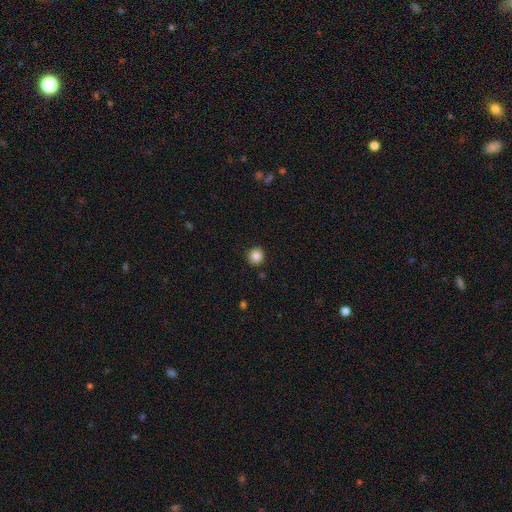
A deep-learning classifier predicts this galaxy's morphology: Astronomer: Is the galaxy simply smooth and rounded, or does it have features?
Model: smooth — 85%.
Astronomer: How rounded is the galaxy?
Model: round — 95%.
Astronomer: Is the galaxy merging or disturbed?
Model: none — 91%.